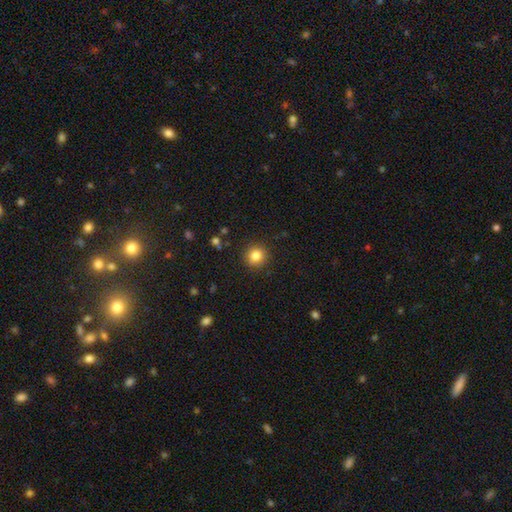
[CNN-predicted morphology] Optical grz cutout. It shows a smooth galaxy with no disk features (83%) that is round (93%). Merging: none (91%).